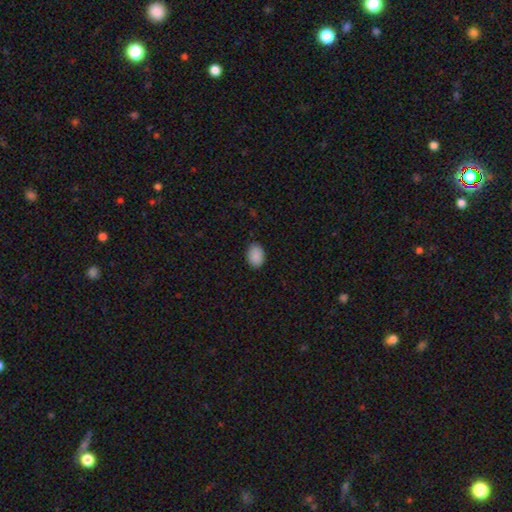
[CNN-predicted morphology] This is clearly a smooth galaxy (90%). How rounded: clearly in between (81%). Merging: clearly none (89%).